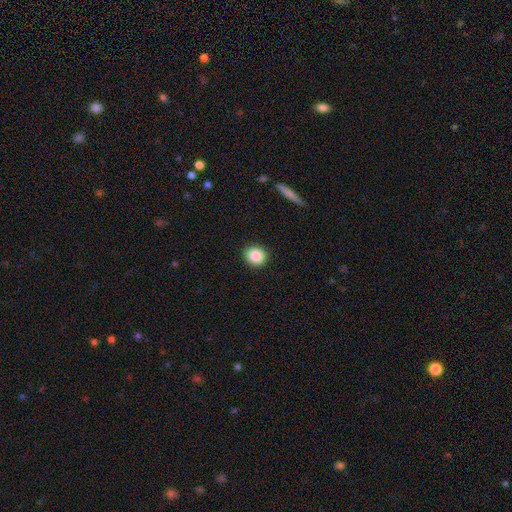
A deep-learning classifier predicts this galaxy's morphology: Smooth or featured?
  - smooth: 88% *
  - star or artifact: 9%
  - featured or disk: 3%
How rounded?
  - round: 83% *
  - in between: 16%
  - cigar-shaped: 1%
Merging?
  - none: 91% *
  - minor disturbance: 6%
  - major disturbance: 2%
  - merger: 1%